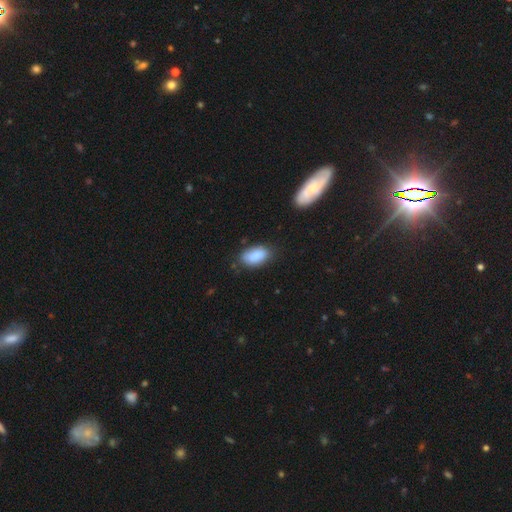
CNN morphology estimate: The model was most divided on "merging": none: 74%, minor disturbance: 20%, major disturbance: 4%, merger: 2%. More confident: how rounded — in between (93%); smooth or featured — smooth (87%).